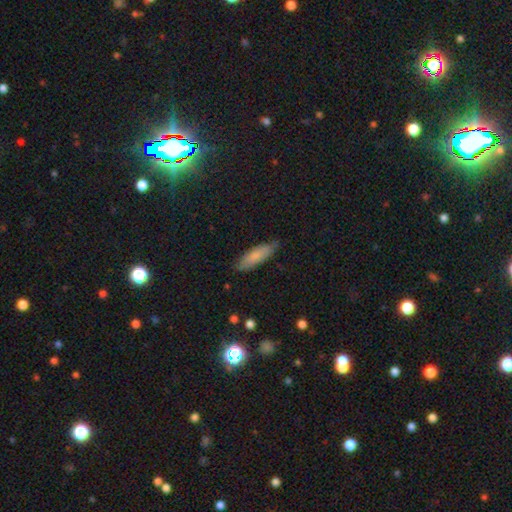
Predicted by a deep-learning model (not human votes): Q: Smooth or featured?
A: smooth (77%); runner-up: featured or disk (17%)
Q: How rounded?
A: cigar-shaped (52%); runner-up: in between (46%)
Q: Merging?
A: none (79%); runner-up: minor disturbance (17%)